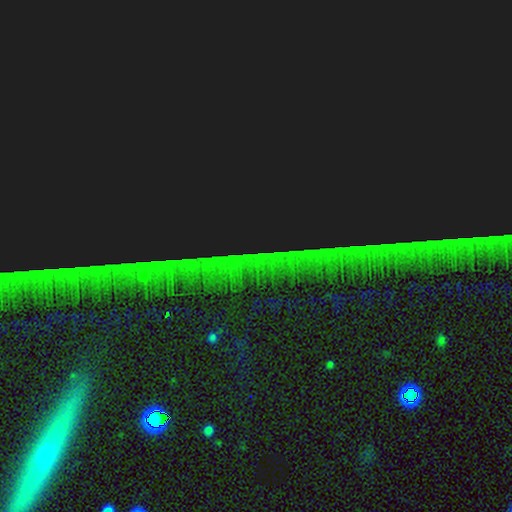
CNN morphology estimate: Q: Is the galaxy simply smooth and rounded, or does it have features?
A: star or artifact — 87%.